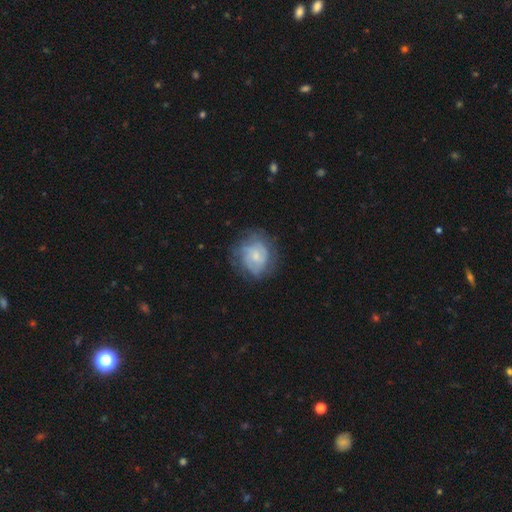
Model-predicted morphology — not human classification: smooth-or-featured: featured or disk: 60% | smooth: 33% | star or artifact: 8%
  disk-edge-on: no: 98% | yes: 2%
    bar: no: 64% | weak: 32% | strong: 4%
    has-spiral-arms: yes: 79% | no: 21%
    bulge-size: small: 58% | moderate: 28% | none: 10% | large: 3% | dominant: 1%
  merging: none: 66% | minor disturbance: 21% | major disturbance: 12% | merger: 1%